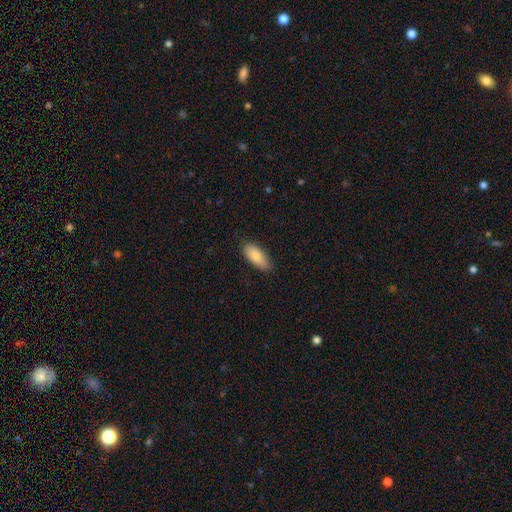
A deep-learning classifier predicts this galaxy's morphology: Smooth or featured: smooth — 86% (featured or disk — 8%)
How rounded: in between — 85% (cigar-shaped — 13%)
Merging: none — 84% (minor disturbance — 13%)